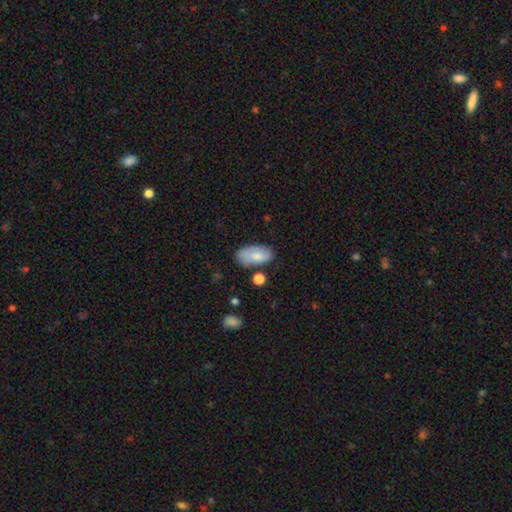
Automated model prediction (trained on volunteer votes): Overall: smooth (77%). How rounded: in between (94%). Merging: none (67%).